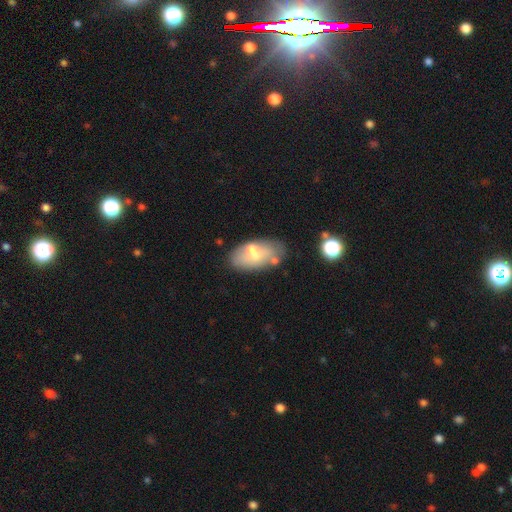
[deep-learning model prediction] Overall: smooth (45%, tied with featured or disk). Merging: none (56%; minor disturbance 21%).